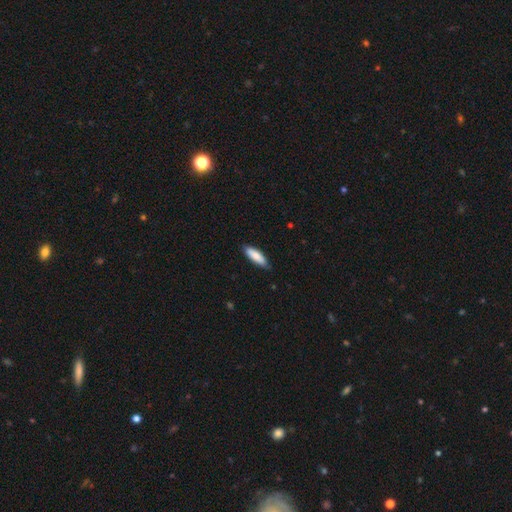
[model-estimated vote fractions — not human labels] Smooth or featured? smooth (83%)
How rounded? in between (52%)
Merging? none (80%)